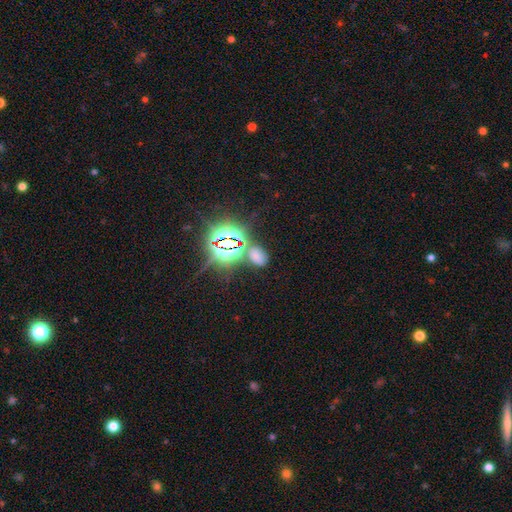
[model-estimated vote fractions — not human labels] This appears to be a smooth galaxy with no disk features (46%). Merging: none (68%).